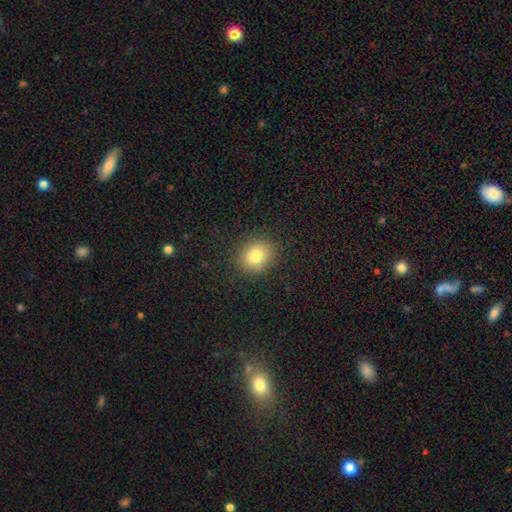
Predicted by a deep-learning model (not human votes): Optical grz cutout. It shows a smooth galaxy with no disk features (80%) that is round (72%). Merging: none (89%).